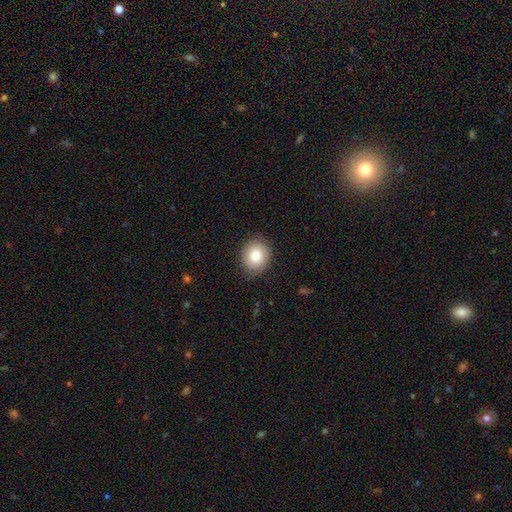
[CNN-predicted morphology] The model was most divided on "how rounded": round: 71%, in between: 28%, cigar-shaped: 1%. More confident: merging — none (87%); smooth or featured — smooth (85%).